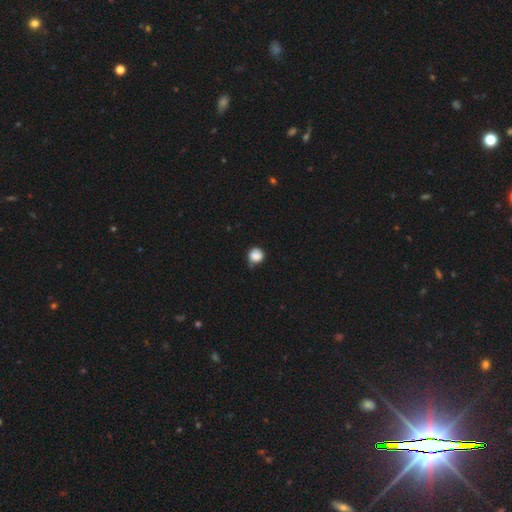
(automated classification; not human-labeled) Q: Smooth or featured?
A: smooth (85%); runner-up: star or artifact (9%)
Q: How rounded?
A: round (85%); runner-up: in between (15%)
Q: Merging?
A: none (55%); runner-up: minor disturbance (35%)